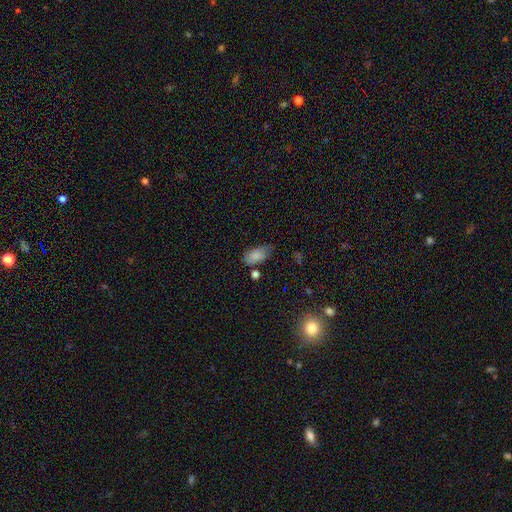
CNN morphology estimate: Smooth or featured?
  - smooth: 83% *
  - star or artifact: 9%
  - featured or disk: 8%
How rounded?
  - in between: 92% *
  - round: 5%
  - cigar-shaped: 4%
Merging?
  - none: 53% *
  - minor disturbance: 31%
  - major disturbance: 8%
  - merger: 8%